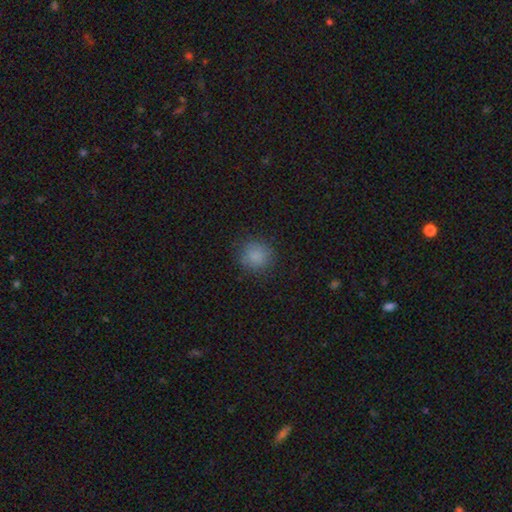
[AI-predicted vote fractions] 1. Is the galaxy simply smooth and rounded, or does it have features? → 84% smooth, 11% star or artifact, 5% featured or disk.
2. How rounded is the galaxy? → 89% round, 10% in between, 1% cigar-shaped.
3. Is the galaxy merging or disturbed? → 84% none, 11% minor disturbance, 4% major disturbance, 1% merger.